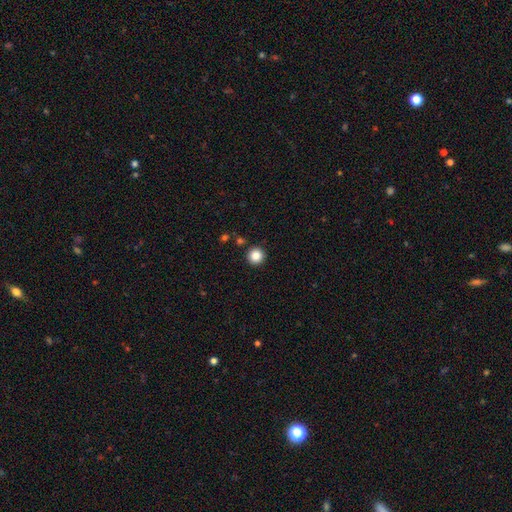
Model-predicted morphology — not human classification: A smooth galaxy with no disk features (86%) that is round (96%). Merging: none (92%).